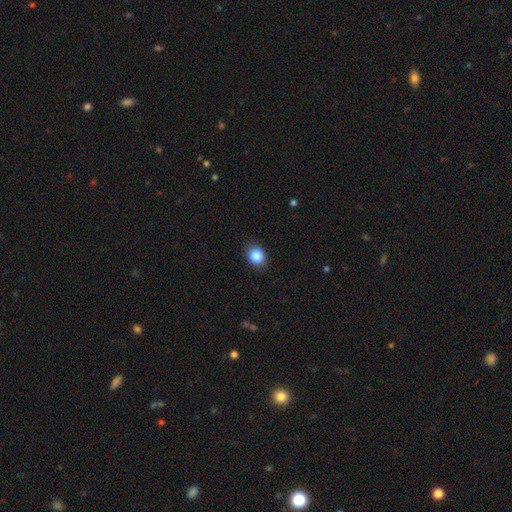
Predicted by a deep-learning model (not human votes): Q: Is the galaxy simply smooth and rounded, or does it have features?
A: smooth — 86%.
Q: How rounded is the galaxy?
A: round — 58%.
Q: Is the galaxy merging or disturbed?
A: none — 87%.